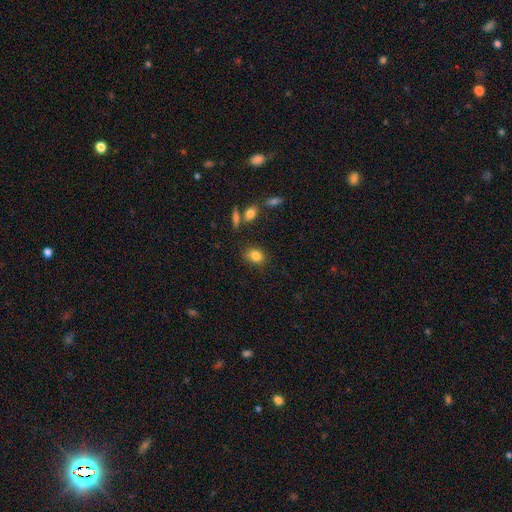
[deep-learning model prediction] A smooth galaxy with no disk features (82%) that is in between round and cigar-shaped (61%).

Vote fractions:
- Smooth or featured? smooth: 82% / star or artifact: 10% / featured or disk: 8%
- How rounded? in between: 61% / round: 37% / cigar-shaped: 2%
- Merging? none: 76% / minor disturbance: 16% / major disturbance: 4% / merger: 4%